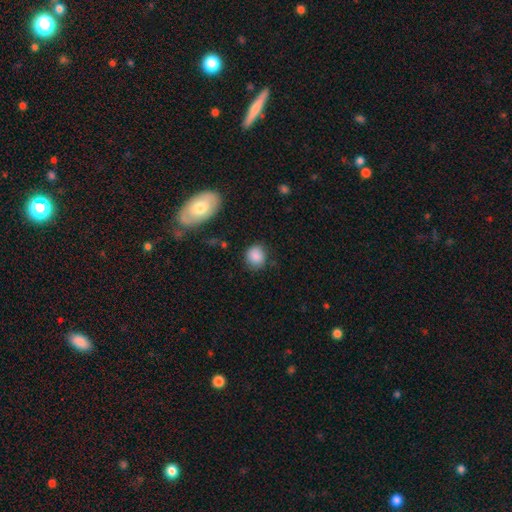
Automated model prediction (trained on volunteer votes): smooth_or_featured: smooth (p=0.86) [alt: star or artifact p=0.09]
how_rounded: round (p=0.75) [alt: in between p=0.24]
merging: none (p=0.78) [alt: minor disturbance p=0.16]